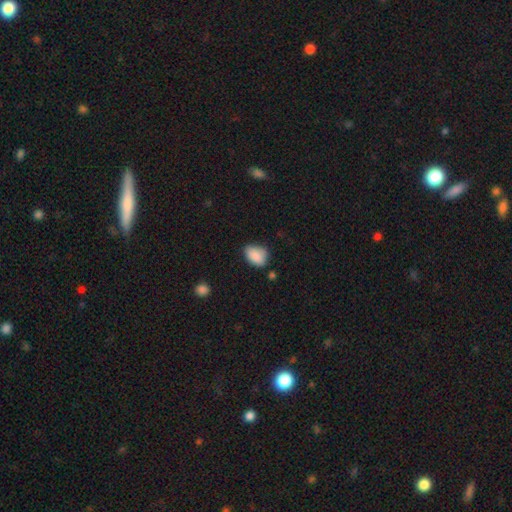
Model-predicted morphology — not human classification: Smooth or featured: smooth — 88% (star or artifact — 8%)
How rounded: in between — 81% (round — 18%)
Merging: none — 65% (minor disturbance — 27%)